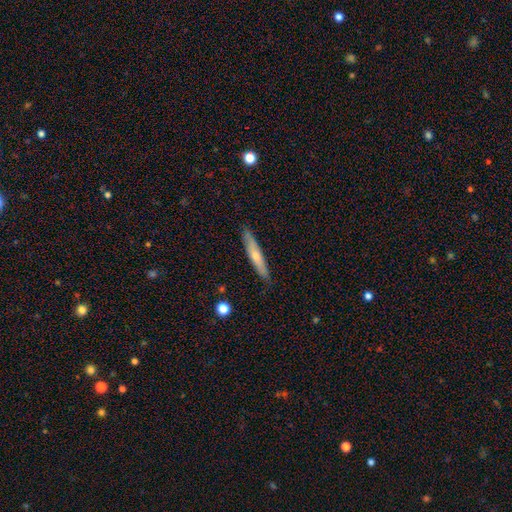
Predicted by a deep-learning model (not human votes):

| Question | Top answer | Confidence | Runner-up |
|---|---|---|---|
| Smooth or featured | smooth | 55% | featured or disk (39%) |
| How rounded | cigar-shaped | 91% | in between (8%) |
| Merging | none | 87% | minor disturbance (10%) |